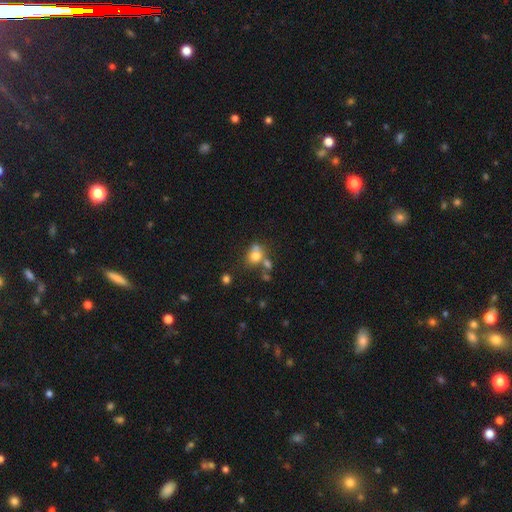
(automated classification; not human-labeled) smooth 72%, featured or disk 15%, star or artifact 13%. Down the decision tree: how rounded — round (53%); merging — none (40%).